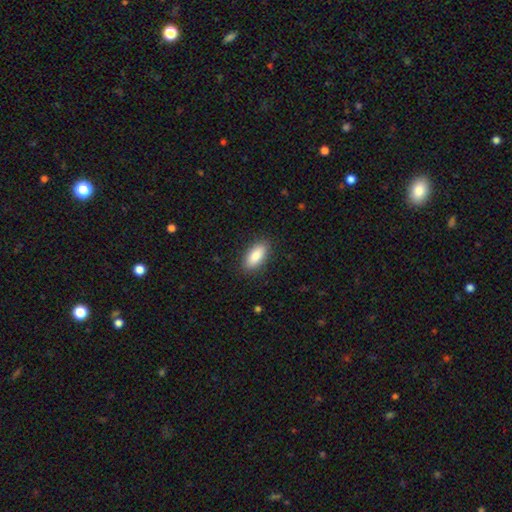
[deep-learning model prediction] Smooth or featured? Predicted: smooth (p=0.87). How rounded? Predicted: in between (p=0.86). Merging? Predicted: none (p=0.88).